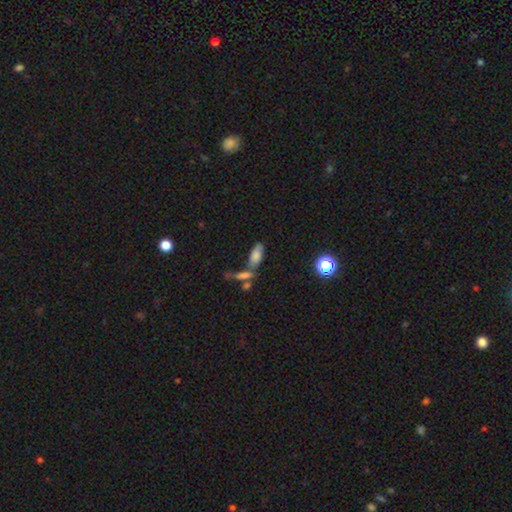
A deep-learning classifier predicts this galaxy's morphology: Overall: smooth (63%). How rounded: in between (74%). Merging: none (47%; merger 30%).